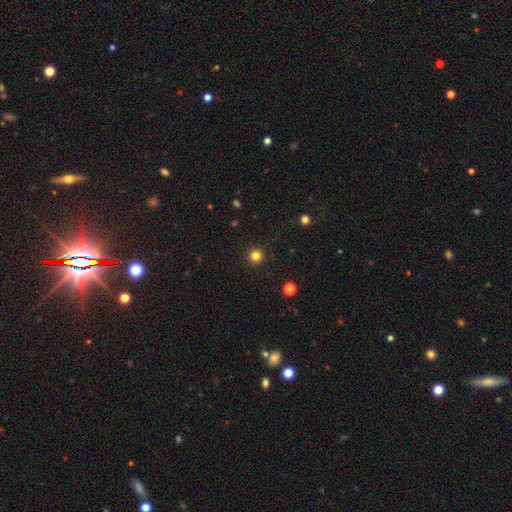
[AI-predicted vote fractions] Overall: smooth (82%). How rounded: round (96%). Merging: none (93%).